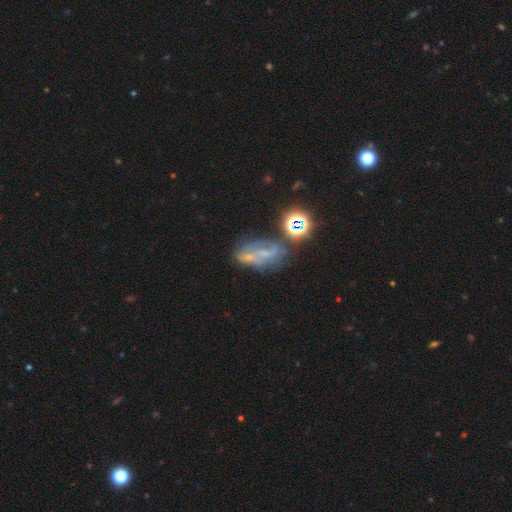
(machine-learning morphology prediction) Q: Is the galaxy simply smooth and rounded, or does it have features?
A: featured or disk — 48%.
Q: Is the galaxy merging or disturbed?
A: none — 47%.